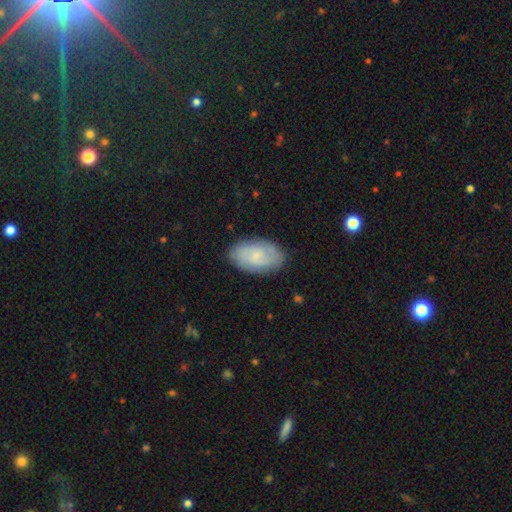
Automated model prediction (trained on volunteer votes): A smooth galaxy with no disk features (49%).

Vote fractions:
- Smooth or featured? smooth: 49% / featured or disk: 44% / star or artifact: 7%
- Merging? none: 83% / minor disturbance: 13% / major disturbance: 3% / merger: 1%